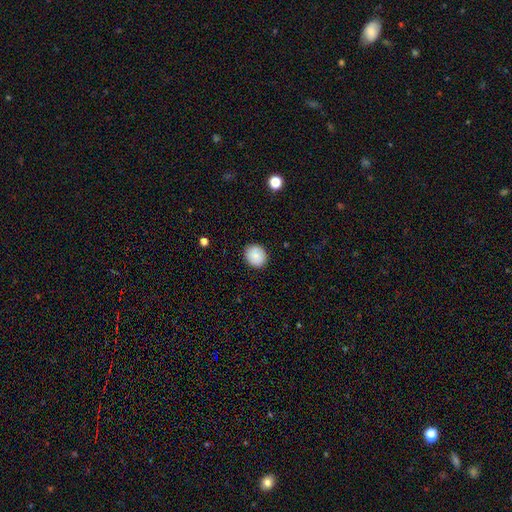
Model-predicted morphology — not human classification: smooth-or-featured: smooth: 87% | star or artifact: 8% | featured or disk: 5%
  how-rounded: round: 79% | in between: 20% | cigar-shaped: 1%
  merging: none: 90% | minor disturbance: 7% | major disturbance: 2% | merger: 1%